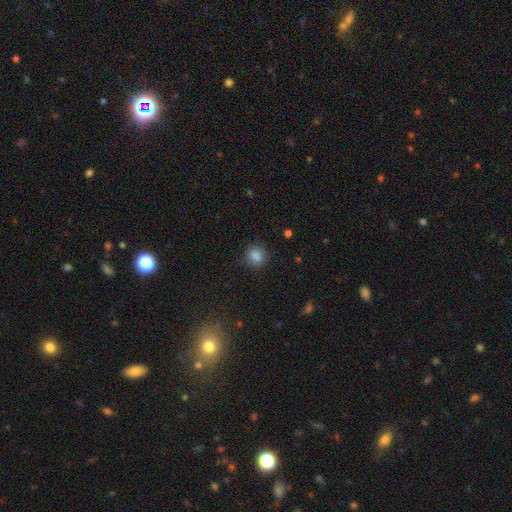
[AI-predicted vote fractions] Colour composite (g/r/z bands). It shows a smooth galaxy with no disk features (85%) that is round (81%). Merging: none (86%).